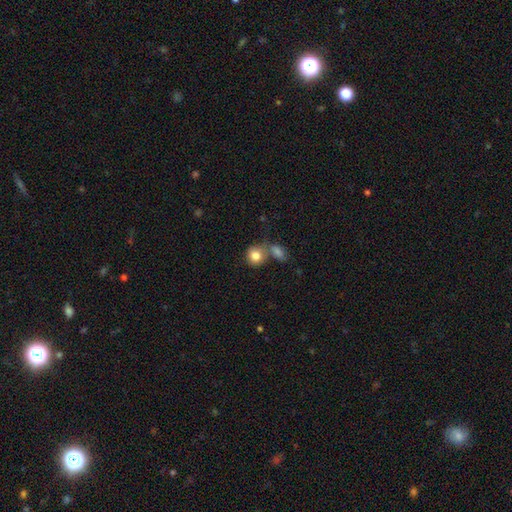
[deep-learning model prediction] The model was most divided on "merging": none: 45%, merger: 37%, minor disturbance: 12%, major disturbance: 5%. More confident: smooth or featured — smooth (83%); how rounded — round (76%).